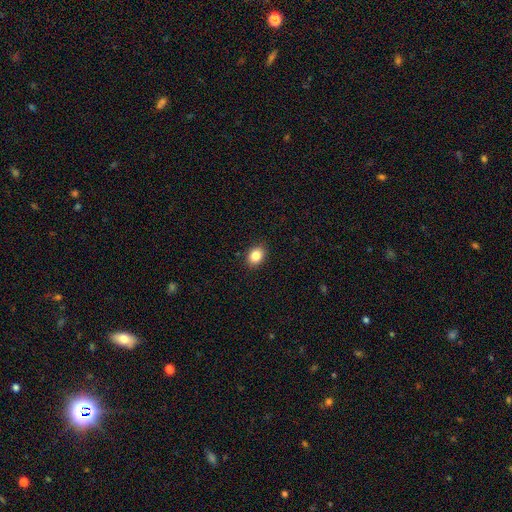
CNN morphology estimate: The model was most divided on "how rounded": in between: 64%, round: 35%, cigar-shaped: 1%. More confident: merging — none (90%); smooth or featured — smooth (86%).